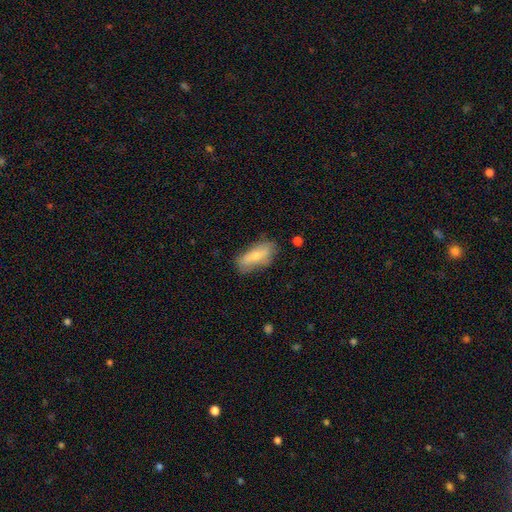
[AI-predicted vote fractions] Smooth or featured? smooth (67%)
How rounded? in between (74%)
Merging? none (66%)